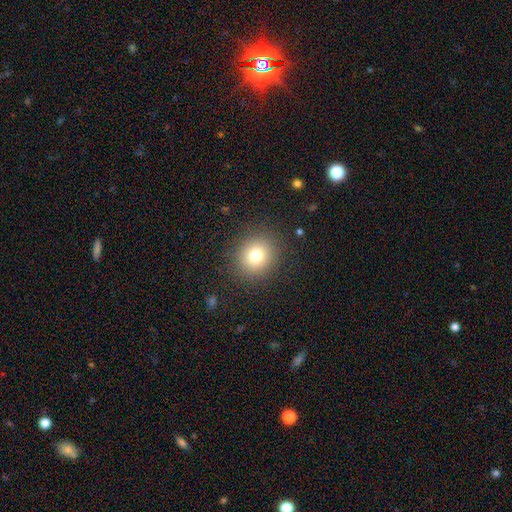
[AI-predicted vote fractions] smooth 77%, star or artifact 14%, featured or disk 10%. Down the decision tree: how rounded — round (86%); merging — none (88%).